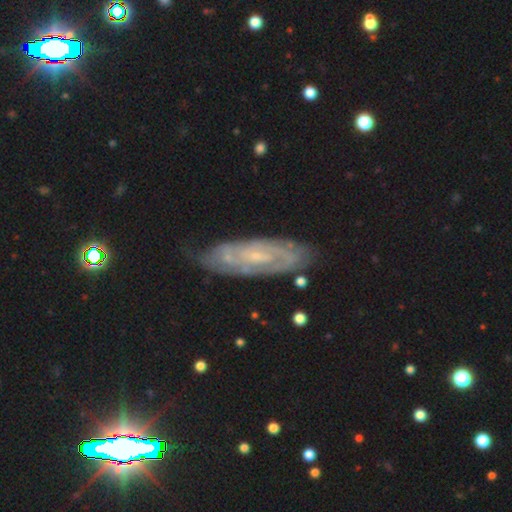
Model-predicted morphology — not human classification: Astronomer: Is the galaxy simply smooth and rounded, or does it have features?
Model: featured or disk — 80%.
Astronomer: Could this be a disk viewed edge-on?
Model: no — 88%.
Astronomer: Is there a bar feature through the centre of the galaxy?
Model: no — 48% (runner-up: weak, 41%).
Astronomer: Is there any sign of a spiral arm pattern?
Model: yes — 91%.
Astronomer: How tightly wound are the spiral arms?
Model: tight — 65%.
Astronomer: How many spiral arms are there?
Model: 2 — 40% (runner-up: can't tell, 39%).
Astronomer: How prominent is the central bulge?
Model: small — 74%.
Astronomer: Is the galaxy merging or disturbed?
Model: none — 73%.